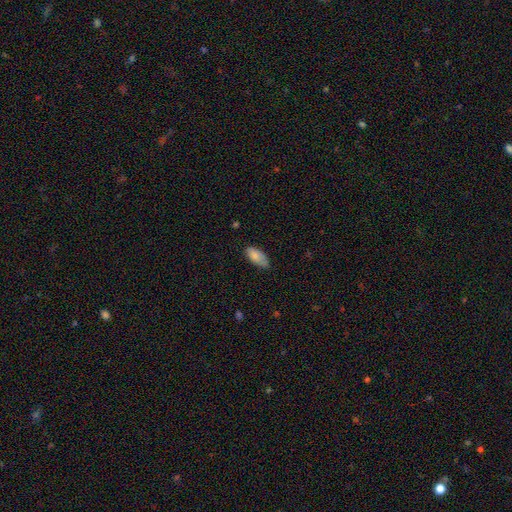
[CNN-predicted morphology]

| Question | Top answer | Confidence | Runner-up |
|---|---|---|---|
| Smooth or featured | smooth | 82% | featured or disk (11%) |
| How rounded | in between | 91% | cigar-shaped (7%) |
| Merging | none | 66% | minor disturbance (28%) |